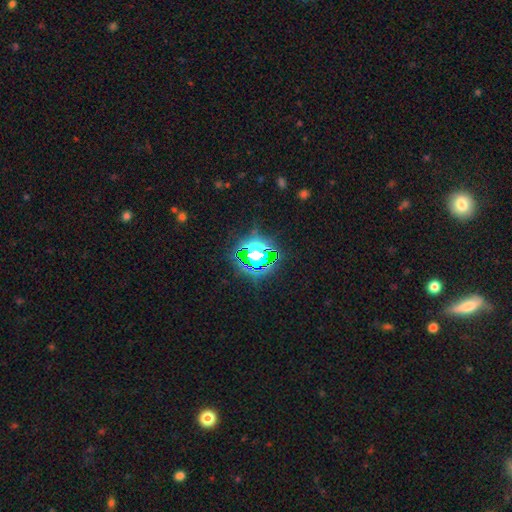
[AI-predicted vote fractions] This appears to be a star or artifact, not a galaxy (66%).